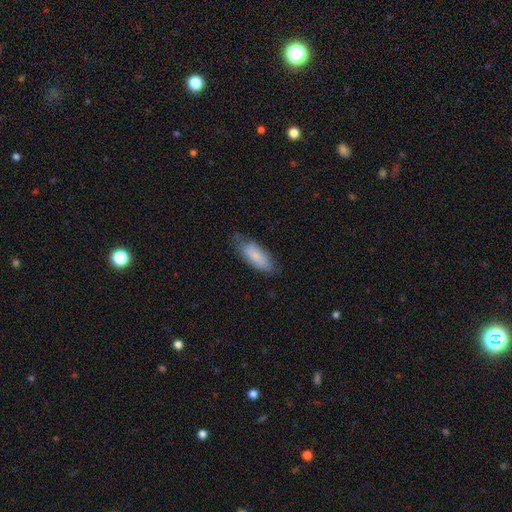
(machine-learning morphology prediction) smooth 79%, featured or disk 14%, star or artifact 6%. Down the decision tree: how rounded — in between (74%); merging — none (66%).